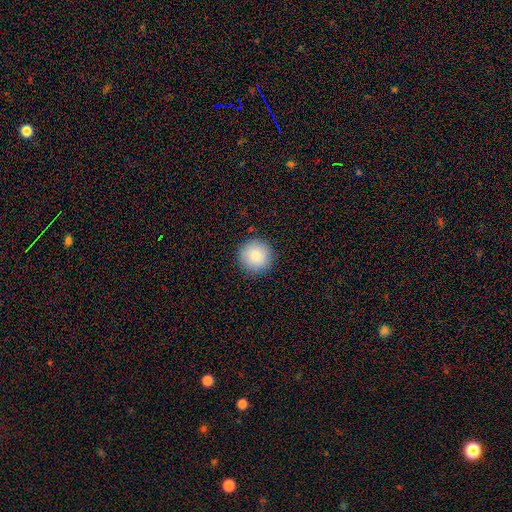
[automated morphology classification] smooth-or-featured: smooth: 87% | star or artifact: 8% | featured or disk: 5%
  how-rounded: round: 95% | in between: 4% | cigar-shaped: 1%
  merging: none: 91% | minor disturbance: 7% | major disturbance: 2% | merger: 1%